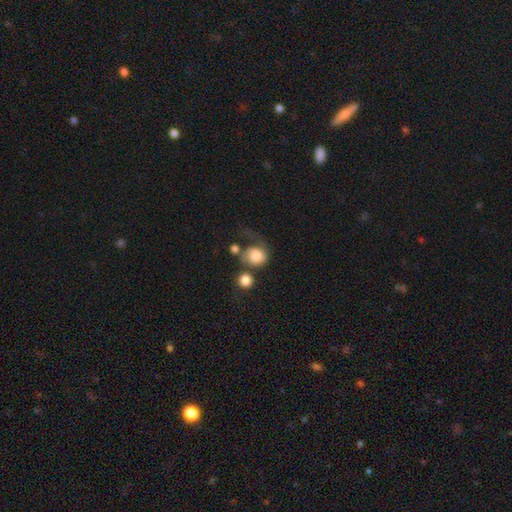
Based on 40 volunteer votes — Smooth or featured?
  - smooth: 68% *
  - featured or disk: 28%
  - star or artifact: 5%
How rounded?
  - round: 74% *
  - in between: 26%
  - cigar-shaped: 0%
Merging?
  - merger: 37% *
  - major disturbance: 32%
  - none: 24%
  - minor disturbance: 8%